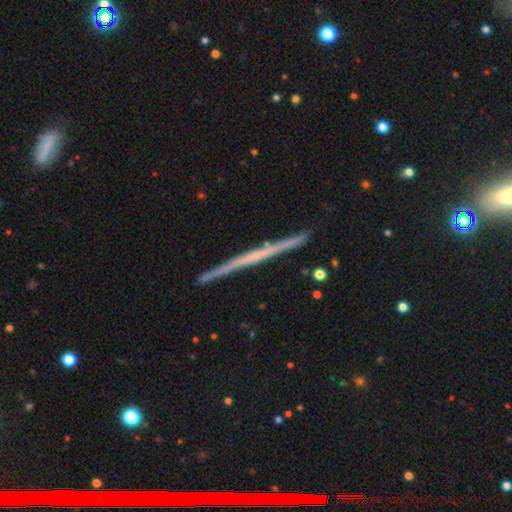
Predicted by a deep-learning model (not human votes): smooth_or_featured: featured or disk (p=0.69) [alt: smooth p=0.25]
disk_edge_on: yes (p=0.98) [alt: no p=0.02]
edge_on_bulge: none (p=0.85) [alt: rounded p=0.10]
merging: none (p=0.91) [alt: minor disturbance p=0.06]